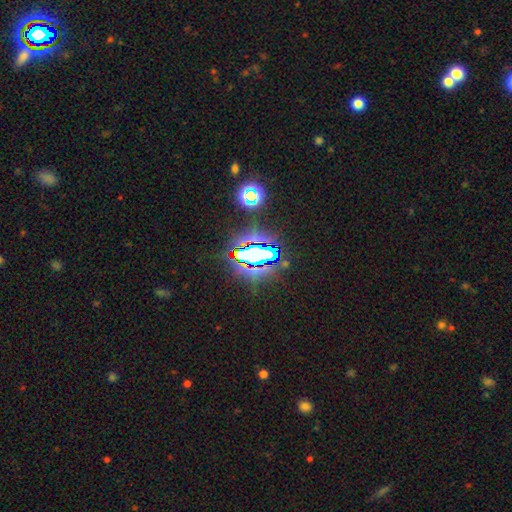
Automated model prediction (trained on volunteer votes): This is likely a star or artifact rather than a galaxy (70%).